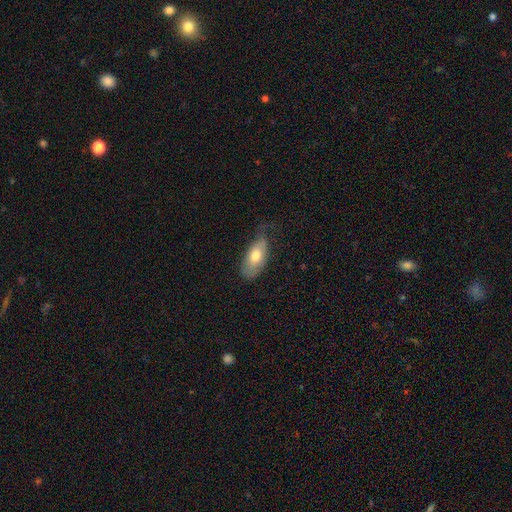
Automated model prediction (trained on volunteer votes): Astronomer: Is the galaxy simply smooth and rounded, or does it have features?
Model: smooth — 70%.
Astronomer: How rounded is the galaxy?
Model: in between — 89%.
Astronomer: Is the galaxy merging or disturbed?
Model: none — 51% (runner-up: minor disturbance, 34%).